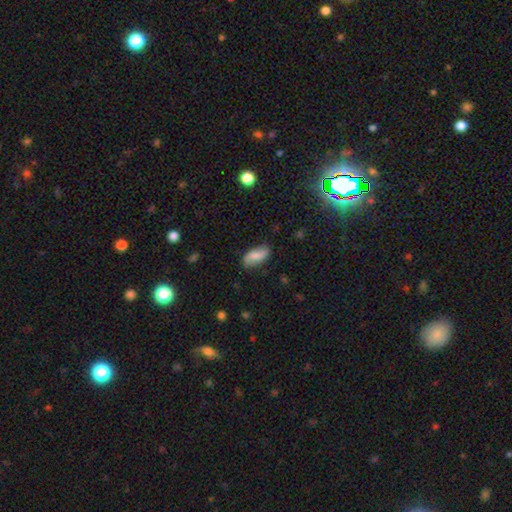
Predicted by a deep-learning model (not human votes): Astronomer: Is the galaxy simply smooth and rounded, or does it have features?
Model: smooth — 72%.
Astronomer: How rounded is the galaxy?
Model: in between — 90%.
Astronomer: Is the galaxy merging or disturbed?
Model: none — 79%.